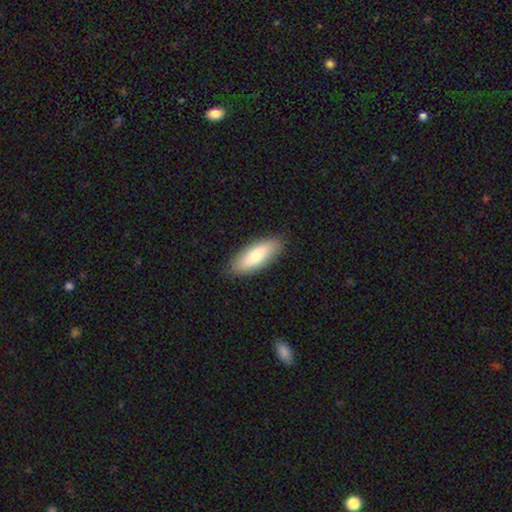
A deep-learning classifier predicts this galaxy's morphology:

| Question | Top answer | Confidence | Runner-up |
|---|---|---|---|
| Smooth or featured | smooth | 77% | featured or disk (18%) |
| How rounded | in between | 71% | cigar-shaped (27%) |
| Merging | none | 87% | minor disturbance (10%) |